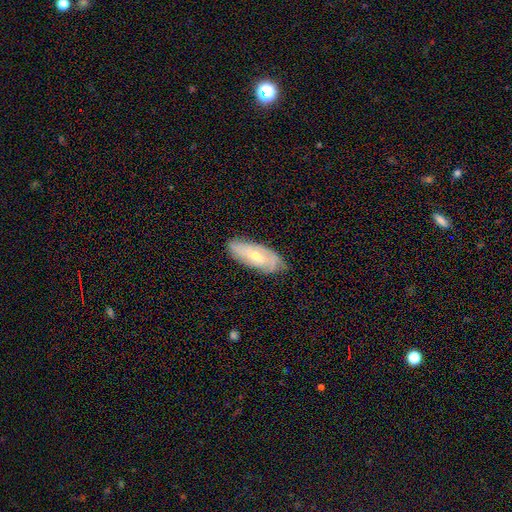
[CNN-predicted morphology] smooth_or_featured: featured or disk (p=0.62) [alt: smooth p=0.32]
disk_edge_on: no (p=0.84) [alt: yes p=0.16]
bar: no (p=0.47) [alt: weak p=0.38]
has_spiral_arms: yes (p=0.76) [alt: no p=0.24]
bulge_size: moderate (p=0.48) [tied with: small p=0.48]
merging: none (p=0.76) [alt: minor disturbance p=0.19]